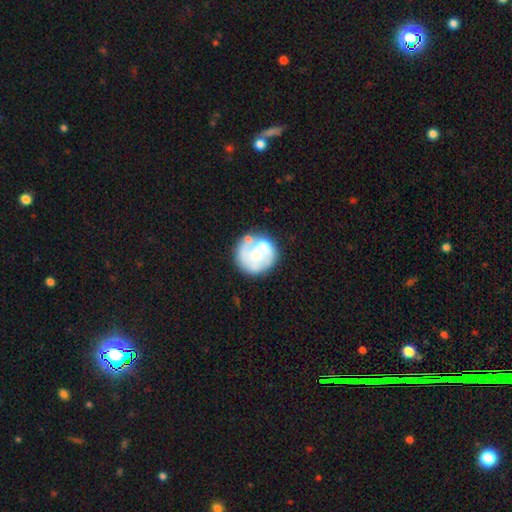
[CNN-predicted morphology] The model was most divided on "bulge size": moderate: 43%, small: 33%, none: 15%, large: 7%, dominant: 2%. More confident: edge-on disk — no (98%); bar — no (76%); spiral arms — no (67%); merging — none (59%); smooth or featured — featured or disk (54%).